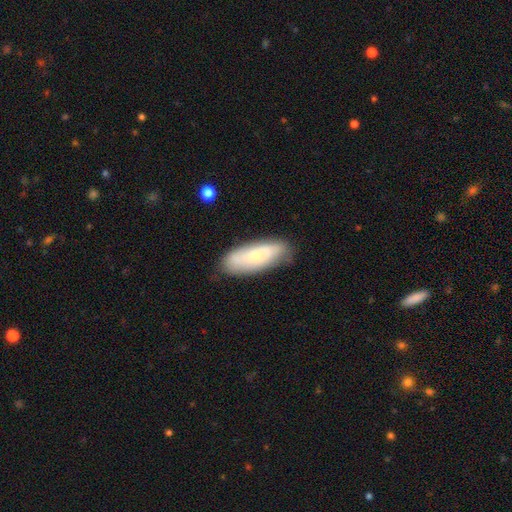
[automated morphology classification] type=smooth (66%); roundness=in between (69%); merging=none (75%).